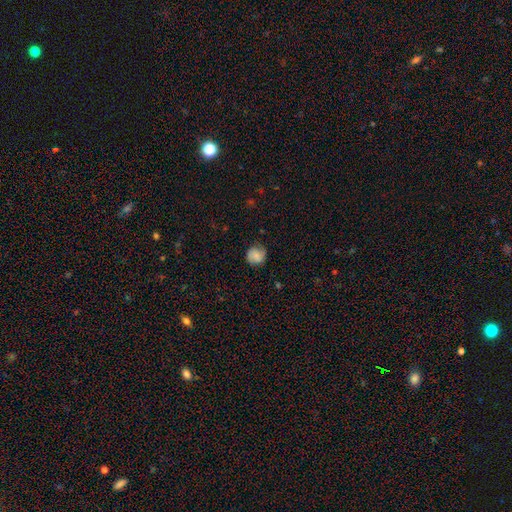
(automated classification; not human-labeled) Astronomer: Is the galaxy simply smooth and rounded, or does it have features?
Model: smooth — 62%.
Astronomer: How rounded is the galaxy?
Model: round — 84%.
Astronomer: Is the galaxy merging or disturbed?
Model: none — 74%.